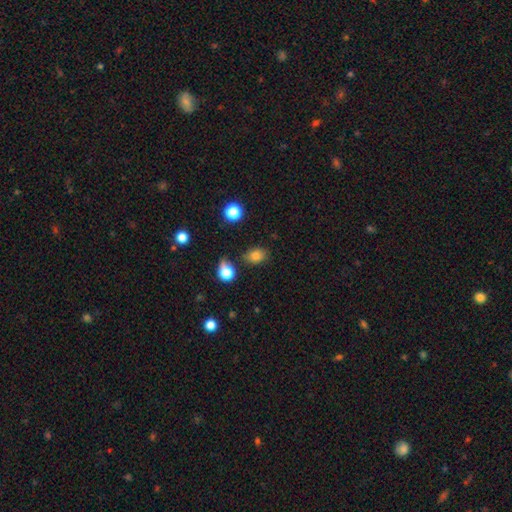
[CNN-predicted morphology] Smooth or featured? smooth (79%)
How rounded? in between (63%)
Merging? none (74%)